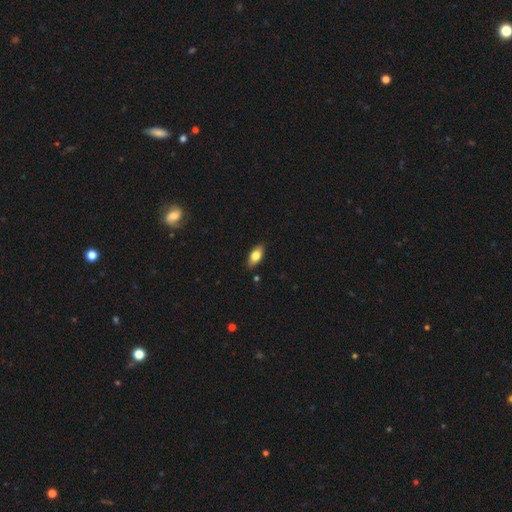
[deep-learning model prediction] A smooth galaxy with no disk features (79%) that is in between round and cigar-shaped (89%). Merging: none (86%).